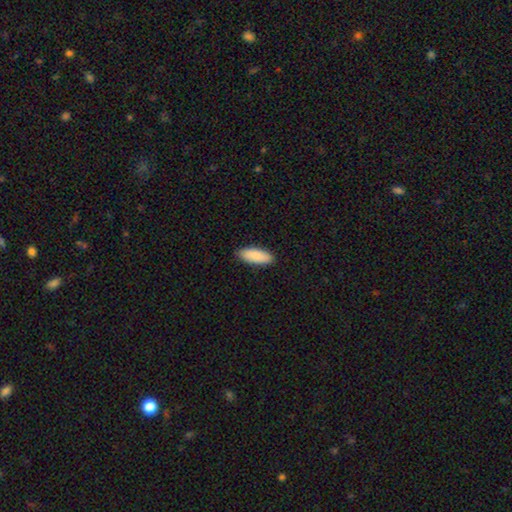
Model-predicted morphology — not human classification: Smooth or featured?
  - smooth: 88% *
  - featured or disk: 6%
  - star or artifact: 5%
How rounded?
  - in between: 78% *
  - cigar-shaped: 21%
  - round: 2%
Merging?
  - none: 88% *
  - minor disturbance: 9%
  - major disturbance: 2%
  - merger: 1%